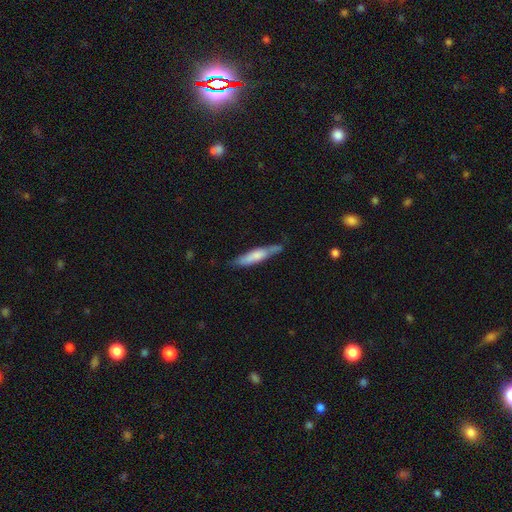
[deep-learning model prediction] Q: Smooth or featured?
A: smooth (64%); runner-up: featured or disk (31%)
Q: How rounded?
A: cigar-shaped (81%); runner-up: in between (18%)
Q: Merging?
A: none (70%); runner-up: minor disturbance (23%)